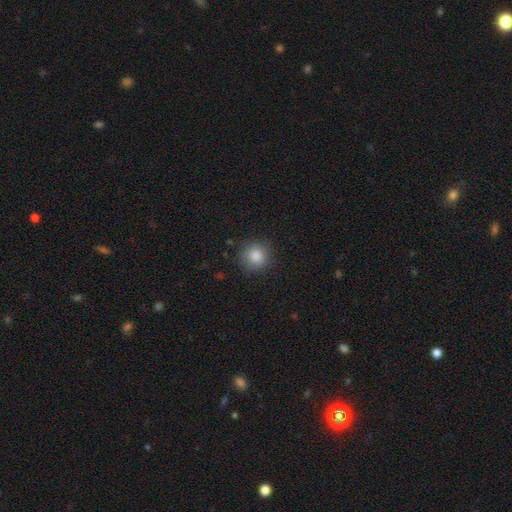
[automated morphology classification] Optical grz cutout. It shows a smooth galaxy with no disk features (84%) that is round (92%). Merging: none (87%).